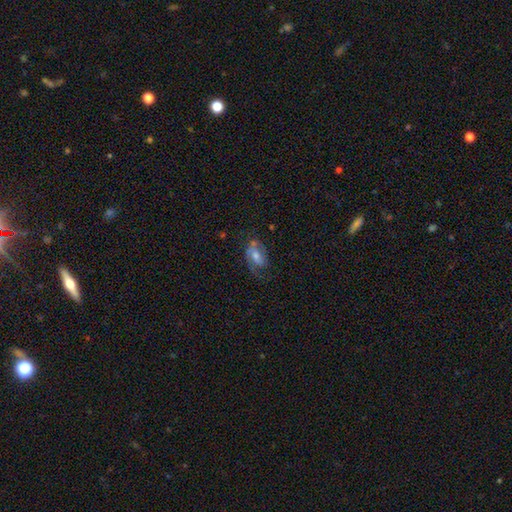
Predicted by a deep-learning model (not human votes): This appears to be a featured or disk galaxy (66%) with no bar (42%, tied with weak), 2 (60%) medium (46%) spiral arms (85%) and a moderate central bulge (52%). Merging: none (58%).